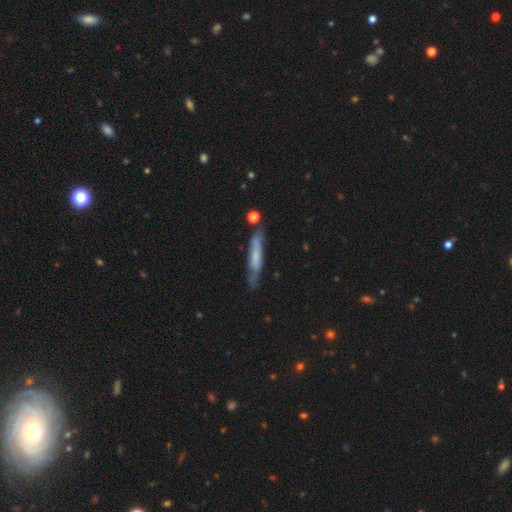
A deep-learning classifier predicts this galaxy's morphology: Overall: smooth (47%; featured or disk 46%). Merging: none (68%).